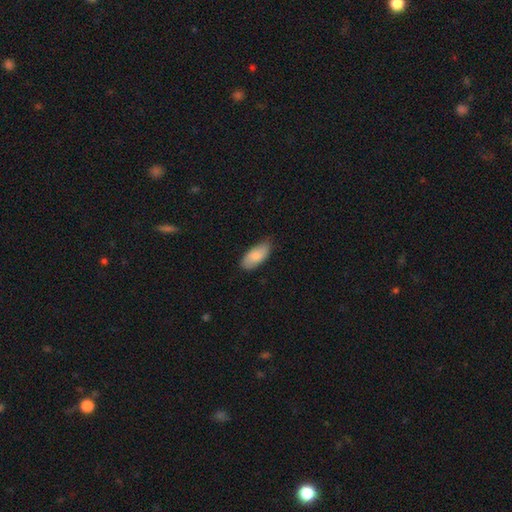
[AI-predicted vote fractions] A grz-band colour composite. It shows a smooth galaxy with no disk features (83%) that is in between round and cigar-shaped (90%). Merging: none (72%).